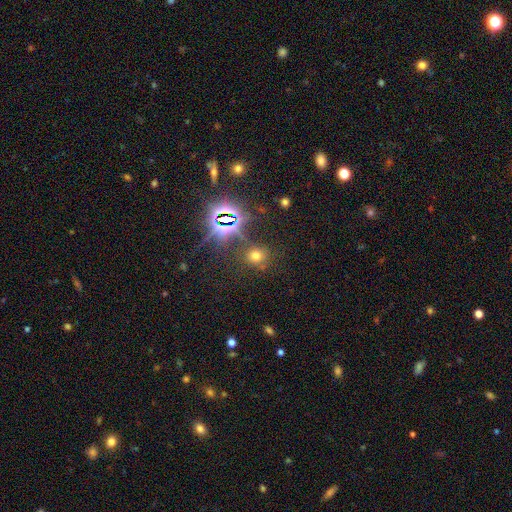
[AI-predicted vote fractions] Smooth or featured? smooth (54%)
How rounded? round (80%)
Merging? none (78%)